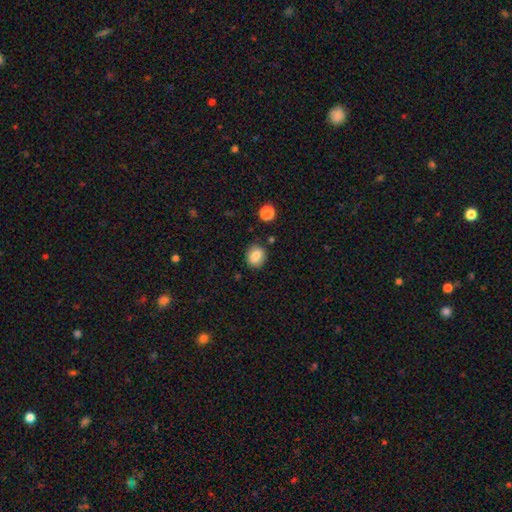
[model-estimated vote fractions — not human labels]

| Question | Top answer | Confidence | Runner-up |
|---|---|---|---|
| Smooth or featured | smooth | 83% | star or artifact (10%) |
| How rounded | round | 67% | in between (32%) |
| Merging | none | 83% | minor disturbance (11%) |